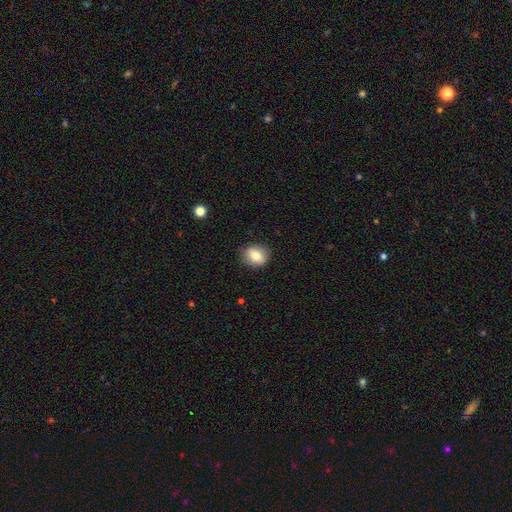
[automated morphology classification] Smooth or featured? Predicted: smooth (p=0.78). How rounded? Predicted: round (p=0.49, tied with in between). Merging? Predicted: none (p=0.84).